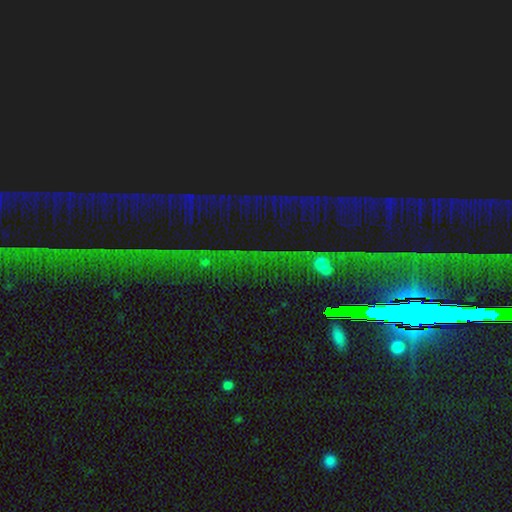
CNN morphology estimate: smooth-or-featured: star or artifact: 86% | featured or disk: 8% | smooth: 6%